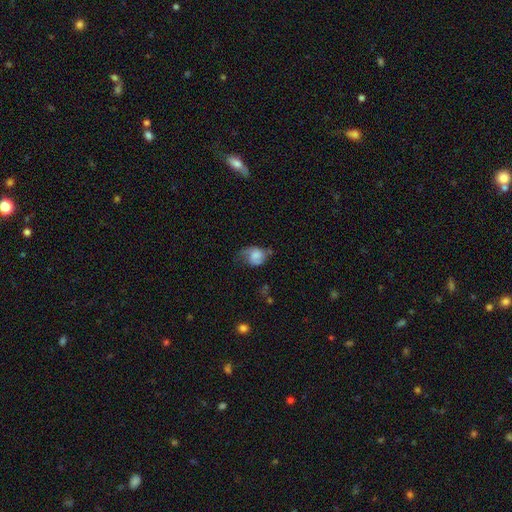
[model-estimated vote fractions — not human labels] This is possibly a smooth galaxy (55%). How rounded: possibly round (52%). Merging: marginally none (38%).